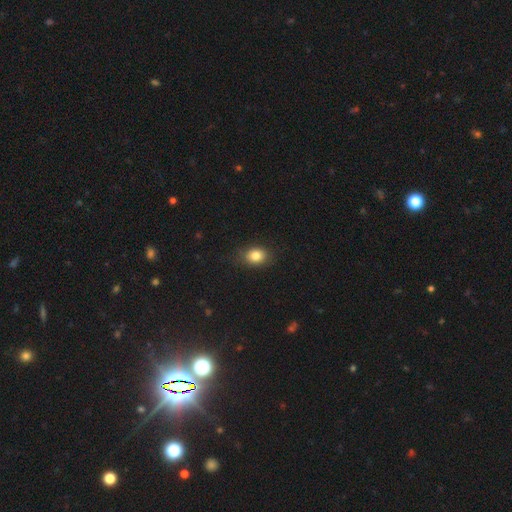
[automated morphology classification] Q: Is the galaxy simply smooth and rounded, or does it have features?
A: smooth — 83%.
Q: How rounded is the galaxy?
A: in between — 57%.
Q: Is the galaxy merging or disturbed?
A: none — 81%.